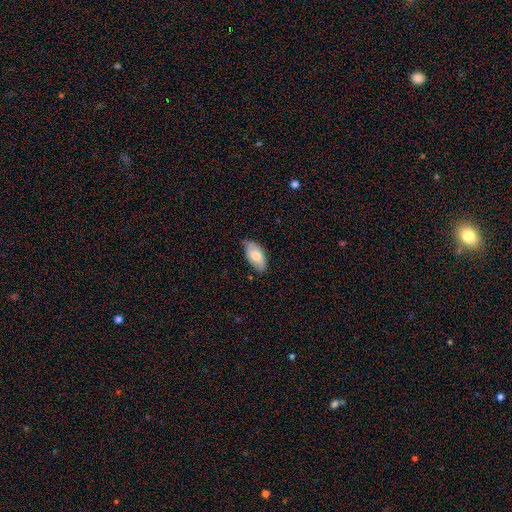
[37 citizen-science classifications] smooth_or_featured: smooth (p=0.78) [alt: featured or disk p=0.16]
how_rounded: in between (p=0.93) [alt: round p=0.03]
merging: none (p=0.74) [alt: minor disturbance p=0.23]